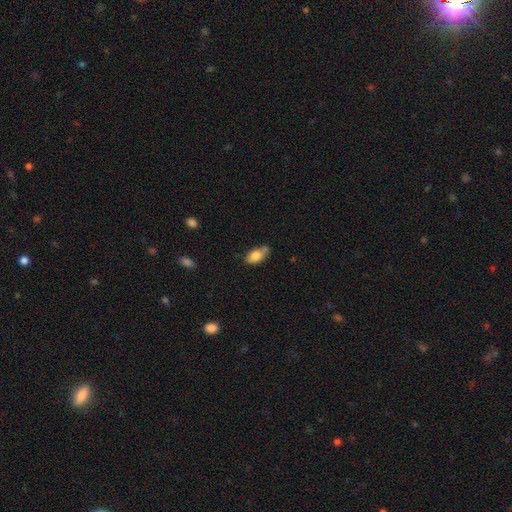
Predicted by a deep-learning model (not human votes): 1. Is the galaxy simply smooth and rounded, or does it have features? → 80% smooth, 12% featured or disk, 8% star or artifact.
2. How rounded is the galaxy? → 90% in between, 7% round, 3% cigar-shaped.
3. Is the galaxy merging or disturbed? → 50% none, 29% minor disturbance, 14% merger, 7% major disturbance.